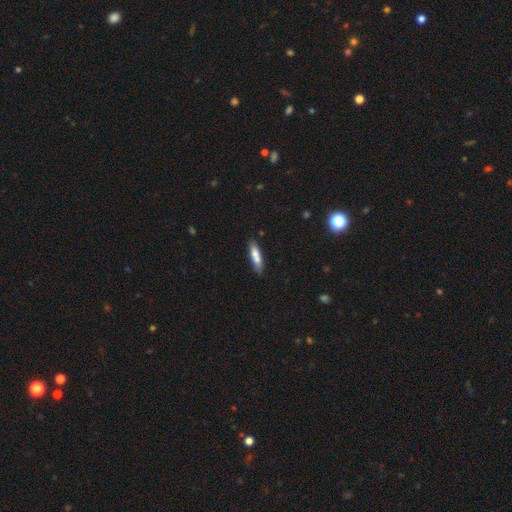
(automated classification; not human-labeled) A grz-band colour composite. It shows a smooth galaxy with no disk features (69%) that is cigar-shaped (68%). Merging: none (64%).